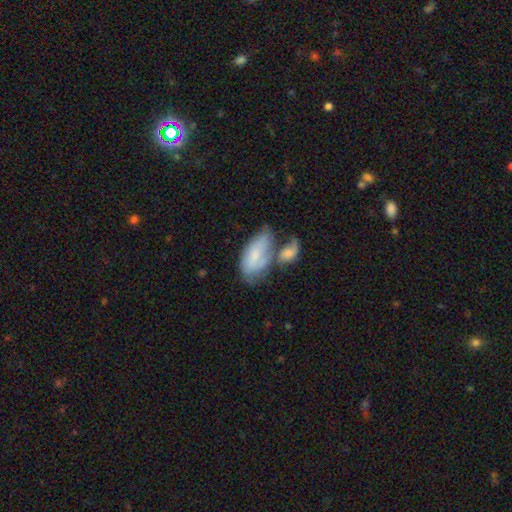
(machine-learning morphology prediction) A smooth galaxy with no disk features (64%) that is in between round and cigar-shaped (92%).

Vote fractions:
- Smooth or featured? smooth: 64% / featured or disk: 29% / star or artifact: 6%
- How rounded? in between: 92% / cigar-shaped: 5% / round: 4%
- Merging? merger: 48% / none: 22% / minor disturbance: 17% / major disturbance: 13%